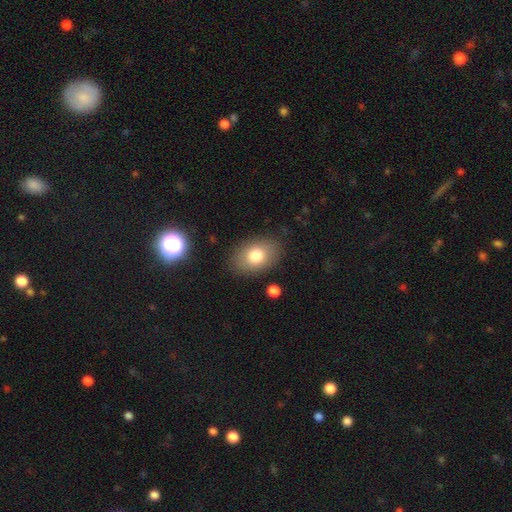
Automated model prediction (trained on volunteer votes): Smooth or featured? Predicted: smooth (p=0.77). How rounded? Predicted: in between (p=0.83). Merging? Predicted: none (p=0.84).